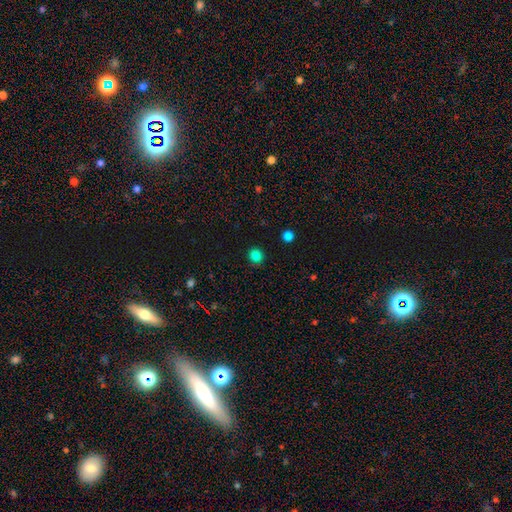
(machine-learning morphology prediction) smooth 83%, star or artifact 13%, featured or disk 3%. Down the decision tree: how rounded — round (88%); merging — none (89%).